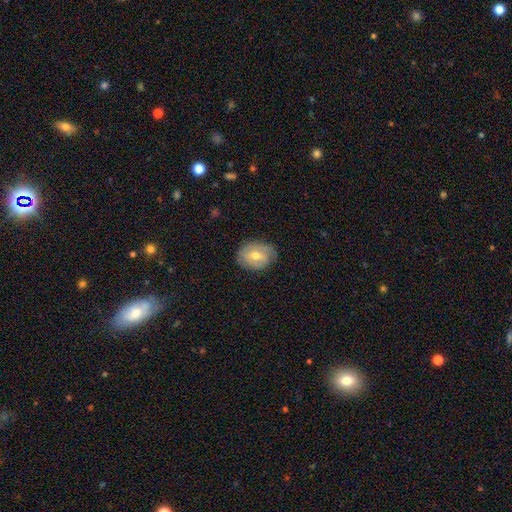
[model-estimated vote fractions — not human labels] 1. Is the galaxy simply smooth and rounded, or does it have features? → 52% featured or disk, 41% smooth, 7% star or artifact.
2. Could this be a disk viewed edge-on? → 94% no, 6% yes.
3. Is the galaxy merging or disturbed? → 75% none, 19% minor disturbance, 5% major disturbance, 1% merger.